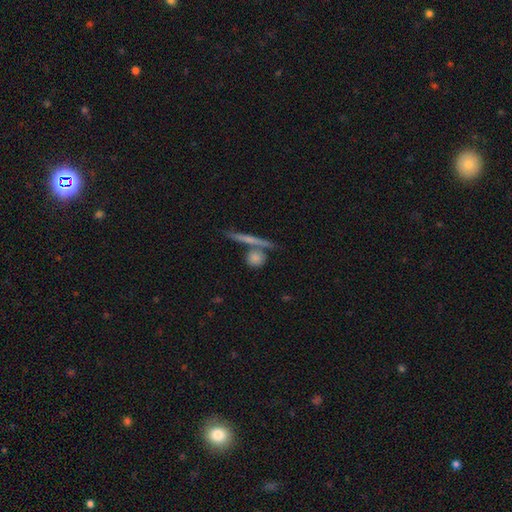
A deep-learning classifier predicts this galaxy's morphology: Overall: smooth (71%). How rounded: round (61%; cigar-shaped 22%). Merging: none (62%; merger 23%).